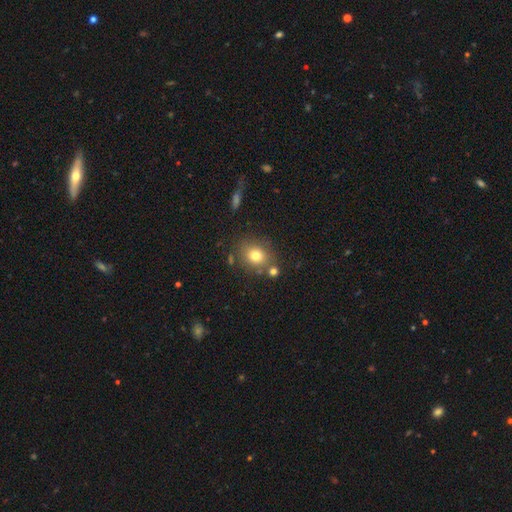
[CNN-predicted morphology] Smooth or featured? smooth (76%)
How rounded? round (67%)
Merging? none (73%)